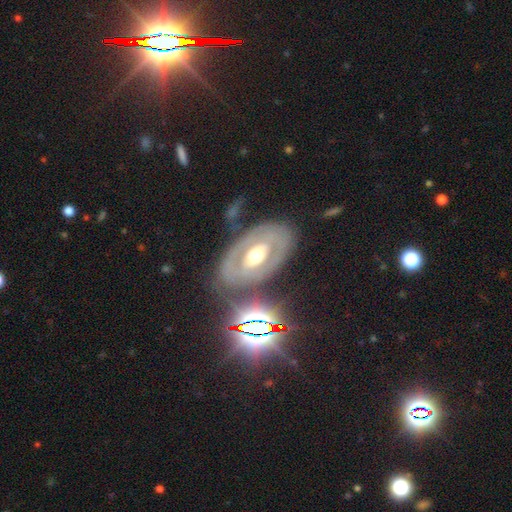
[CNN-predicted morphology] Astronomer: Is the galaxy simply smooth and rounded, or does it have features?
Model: featured or disk — 72%.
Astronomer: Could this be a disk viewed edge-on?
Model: no — 93%.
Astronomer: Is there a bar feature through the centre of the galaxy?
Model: no — 53%.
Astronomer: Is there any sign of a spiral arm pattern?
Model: no — 61% (runner-up: yes, 39%).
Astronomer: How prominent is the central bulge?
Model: moderate — 73%.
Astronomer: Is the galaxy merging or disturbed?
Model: none — 71%.